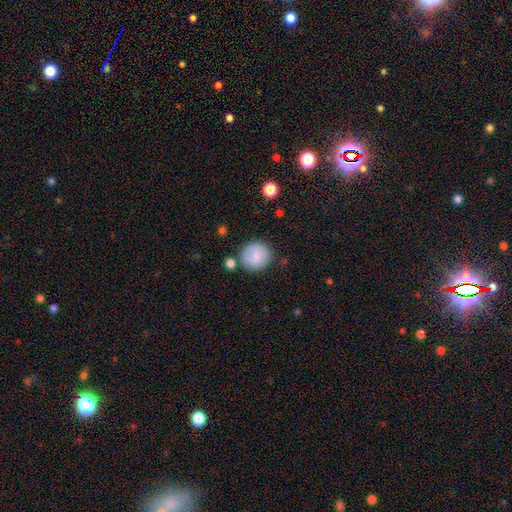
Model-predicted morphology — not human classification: Smooth or featured? smooth (79%)
How rounded? round (90%)
Merging? none (80%)